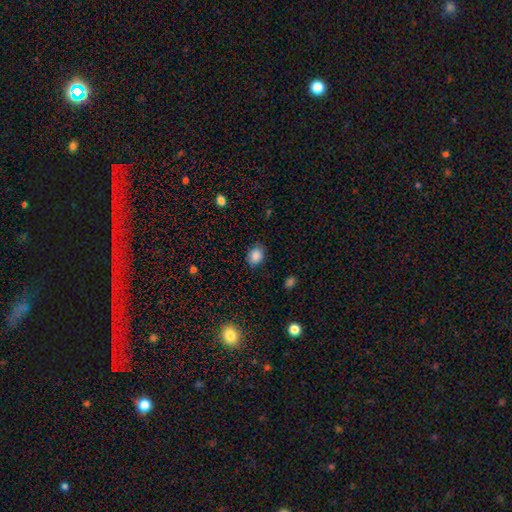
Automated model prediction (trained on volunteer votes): A smooth galaxy with no disk features (85%) that is in between round and cigar-shaped (56%). Merging: none (79%).